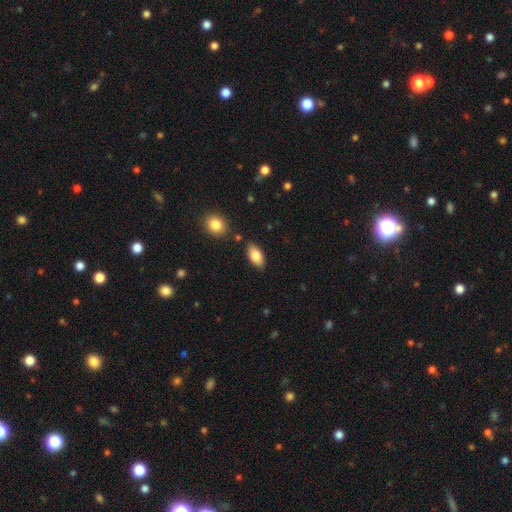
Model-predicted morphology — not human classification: Overall: smooth (83%). How rounded: in between (92%). Merging: none (83%).